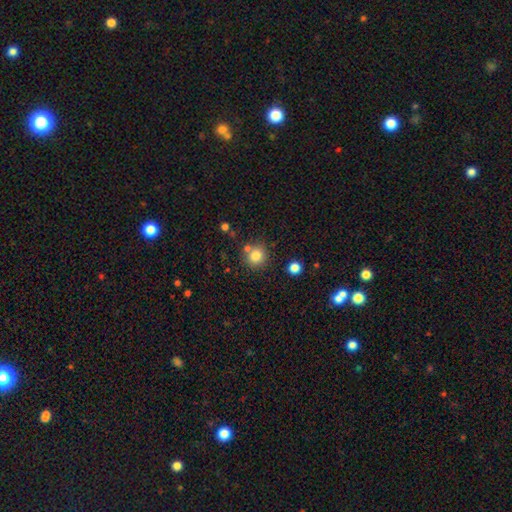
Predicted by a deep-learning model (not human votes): This appears to be a smooth galaxy with no disk features (81%) that is round (89%). Merging: none (75%).